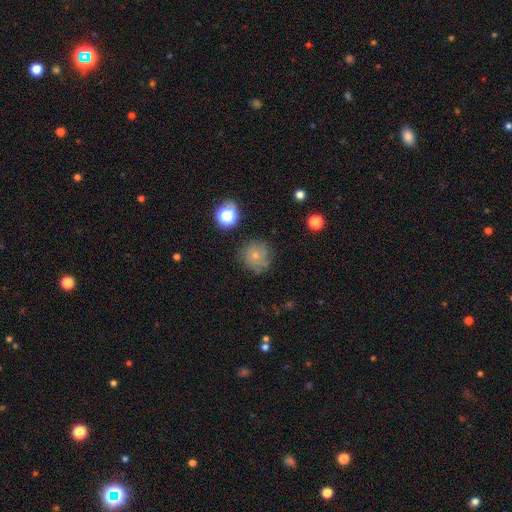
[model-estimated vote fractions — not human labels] The model was most divided on "smooth or featured": smooth: 68%, featured or disk: 16%, star or artifact: 16%. More confident: how rounded — round (92%); merging — none (75%).